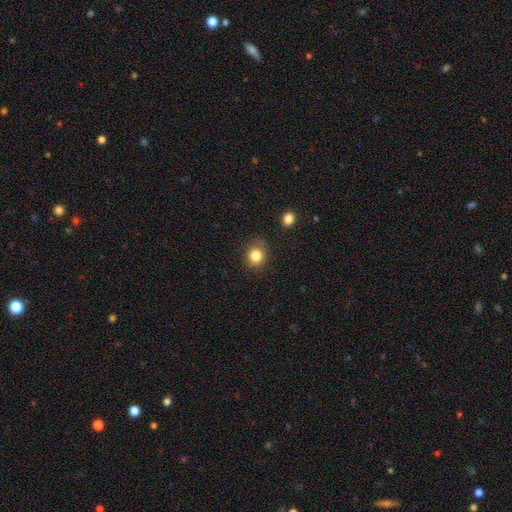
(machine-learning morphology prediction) smooth 83%, star or artifact 11%, featured or disk 6%. Down the decision tree: how rounded — round (77%); merging — none (79%).